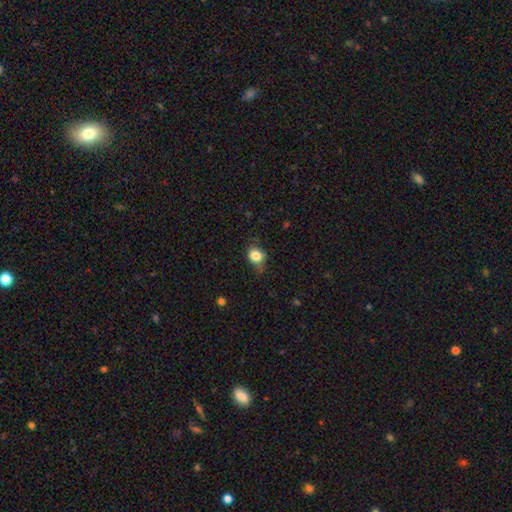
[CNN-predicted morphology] Smooth or featured? smooth (82%)
How rounded? round (65%)
Merging? none (64%)